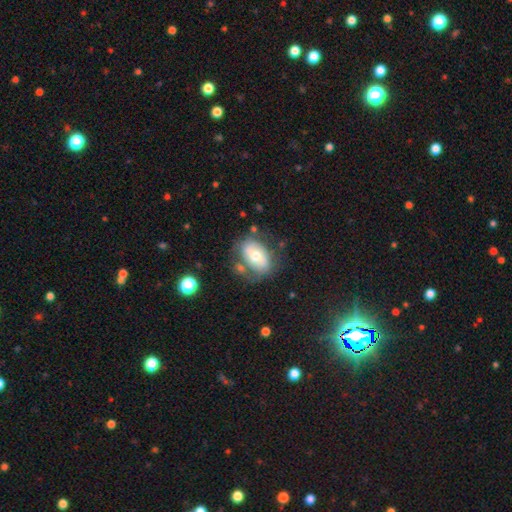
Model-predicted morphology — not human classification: Smooth or featured: smooth — 56% (featured or disk — 36%)
How rounded: in between — 80% (round — 19%)
Merging: none — 63% (minor disturbance — 20%)